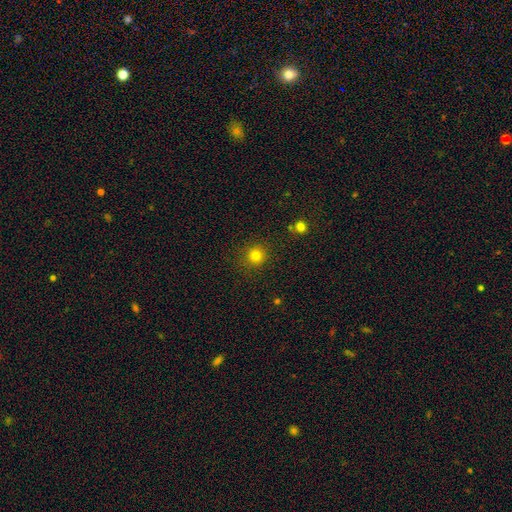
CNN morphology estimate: The model was most divided on "smooth or featured": smooth: 80%, star or artifact: 15%, featured or disk: 5%. More confident: how rounded — round (93%); merging — none (89%).